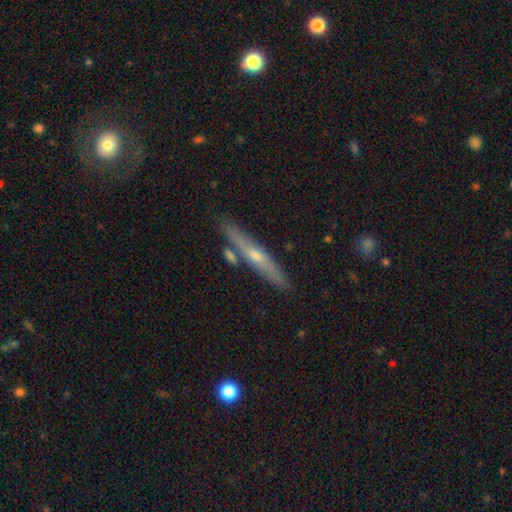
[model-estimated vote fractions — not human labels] The model was most divided on "smooth or featured": featured or disk: 60%, smooth: 34%, star or artifact: 6%. More confident: edge-on disk — yes (93%); merging — none (82%); edge-on bulge — rounded (76%).